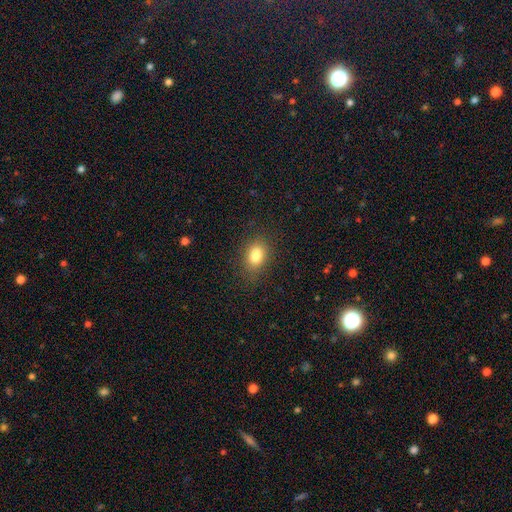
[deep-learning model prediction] smooth-or-featured: smooth: 82% | star or artifact: 10% | featured or disk: 8%
  how-rounded: in between: 75% | round: 23% | cigar-shaped: 2%
  merging: none: 82% | minor disturbance: 13% | major disturbance: 4% | merger: 1%